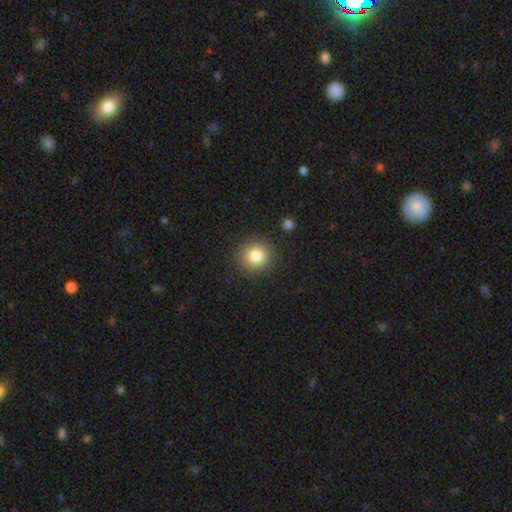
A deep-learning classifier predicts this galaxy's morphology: A smooth galaxy with no disk features (82%) that is round (92%).

Vote fractions:
- Smooth or featured? smooth: 82% / star or artifact: 11% / featured or disk: 7%
- How rounded? round: 92% / in between: 7% / cigar-shaped: 1%
- Merging? none: 88% / minor disturbance: 7% / major disturbance: 3% / merger: 2%